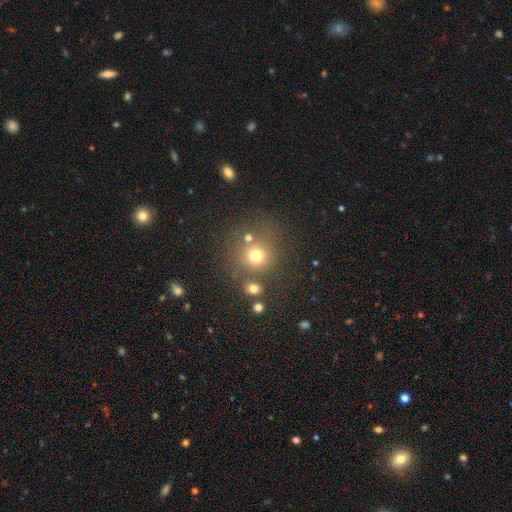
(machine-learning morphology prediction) smooth 70%, star or artifact 20%, featured or disk 10%. Down the decision tree: how rounded — round (90%); merging — none (72%).